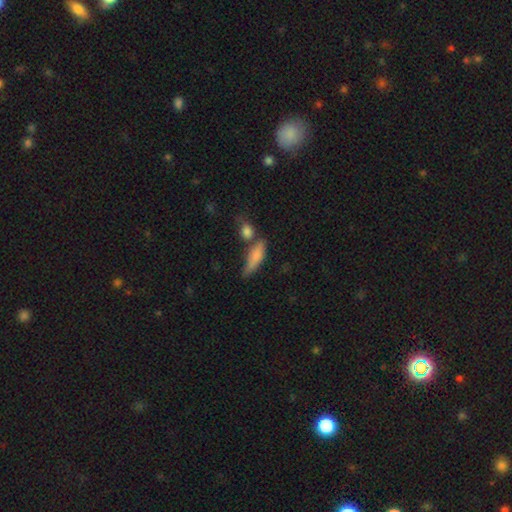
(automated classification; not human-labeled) This appears to be a smooth galaxy with no disk features (73%) that is cigar-shaped (55%). Merging: none (48%).